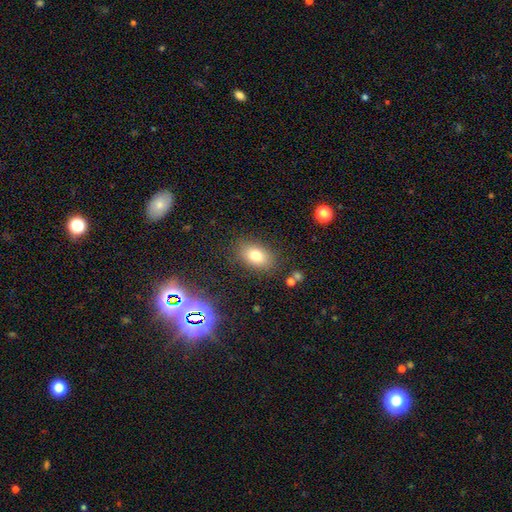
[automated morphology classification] A smooth galaxy with no disk features (77%) that is in between round and cigar-shaped (83%).

Vote fractions:
- Smooth or featured? smooth: 77% / star or artifact: 11% / featured or disk: 11%
- How rounded? in between: 83% / round: 15% / cigar-shaped: 2%
- Merging? none: 83% / minor disturbance: 11% / major disturbance: 4% / merger: 2%